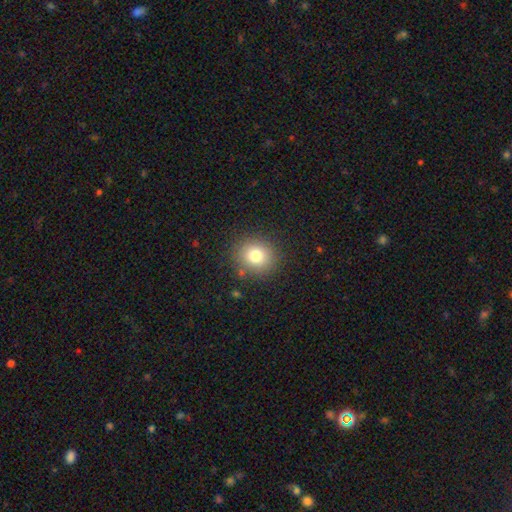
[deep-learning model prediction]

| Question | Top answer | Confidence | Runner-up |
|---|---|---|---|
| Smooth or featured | smooth | 78% | star or artifact (13%) |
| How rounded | round | 80% | in between (19%) |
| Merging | none | 86% | minor disturbance (9%) |